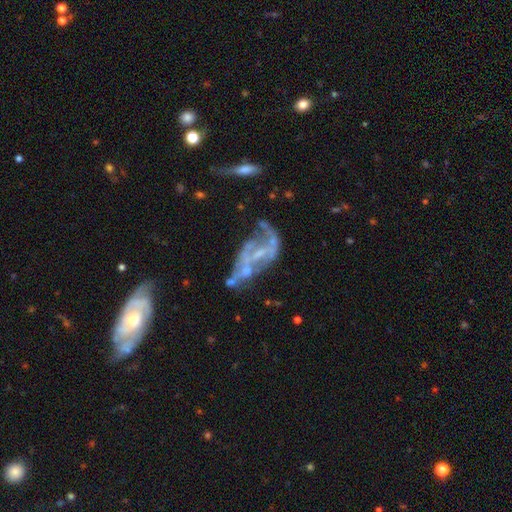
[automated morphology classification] smooth-or-featured: featured or disk: 74% | smooth: 14% | star or artifact: 12%
  disk-edge-on: no: 93% | yes: 7%
    bar: no: 55% | weak: 30% | strong: 15%
    has-spiral-arms: yes: 54% | no: 46%
    bulge-size: small: 46% | none: 35% | moderate: 16% | large: 2% | dominant: 1%
  merging: major disturbance: 33% | none: 26% | merger: 23% | minor disturbance: 18%